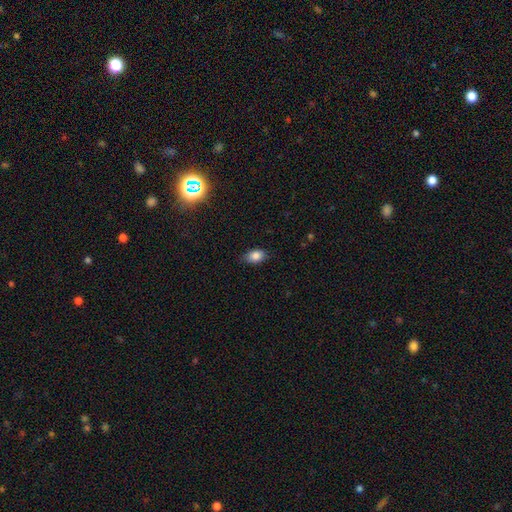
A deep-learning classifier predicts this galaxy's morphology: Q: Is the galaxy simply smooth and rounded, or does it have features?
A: smooth — 83%.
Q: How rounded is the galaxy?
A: in between — 85%.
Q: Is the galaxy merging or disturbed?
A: none — 82%.